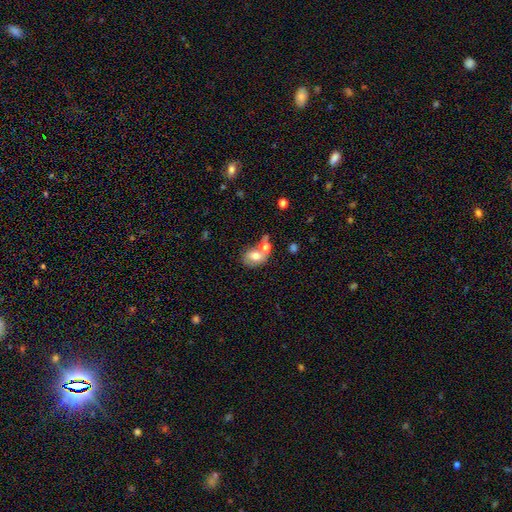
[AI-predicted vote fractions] smooth-or-featured: smooth: 68% | featured or disk: 22% | star or artifact: 10%
  how-rounded: in between: 62% | round: 37% | cigar-shaped: 1%
  merging: none: 40% | merger: 39% | minor disturbance: 15% | major disturbance: 7%